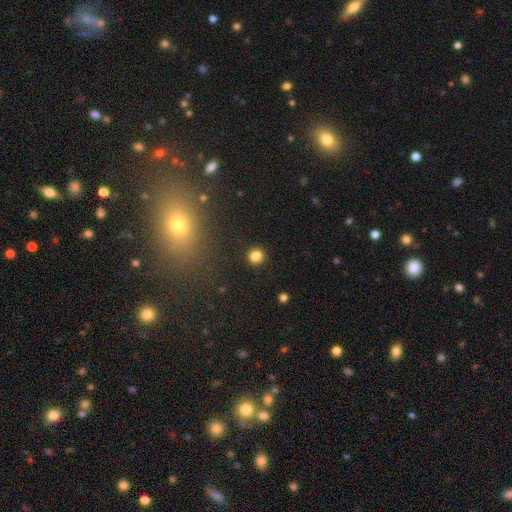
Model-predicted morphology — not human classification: The model was most divided on "smooth or featured": smooth: 83%, star or artifact: 13%, featured or disk: 4%. More confident: how rounded — round (93%); merging — none (92%).